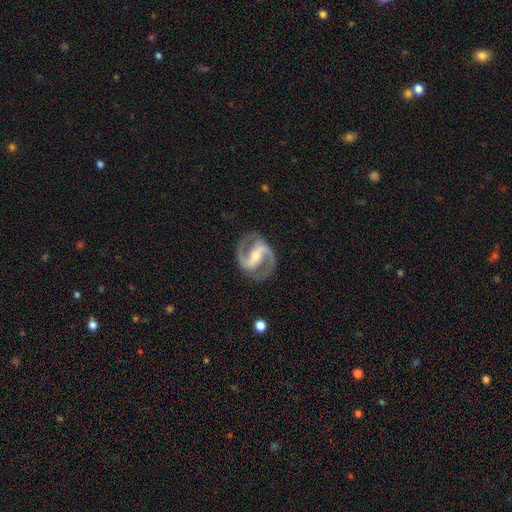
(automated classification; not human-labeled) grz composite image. It shows a featured or disk galaxy (93%) with a strong bar (63%), 2 (94%) medium (60%) spiral arms (98%) and a small central bulge (49%). Merging: none (85%).